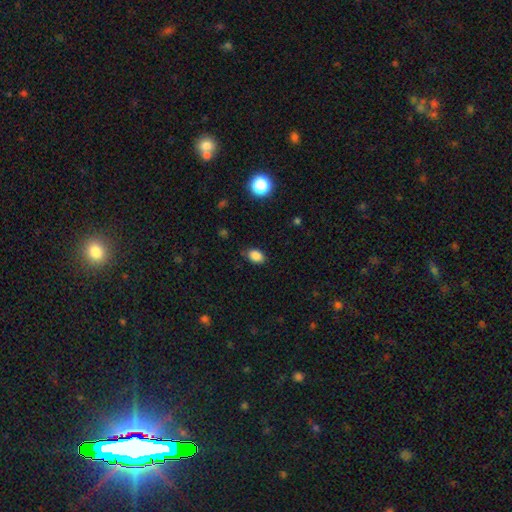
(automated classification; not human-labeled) This appears to be a smooth galaxy with no disk features (86%) that is in between round and cigar-shaped (79%). Merging: none (81%).